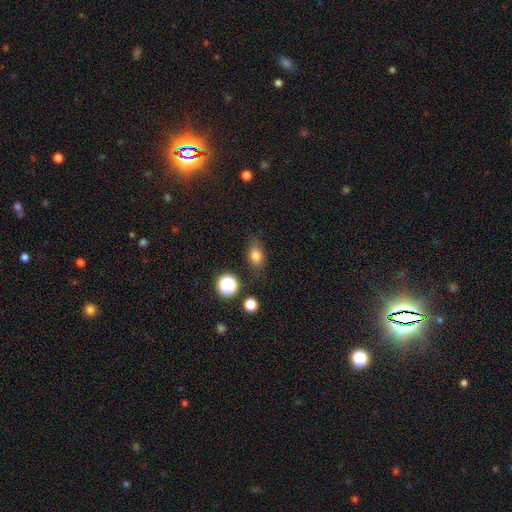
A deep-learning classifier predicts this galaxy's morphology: Smooth or featured: smooth — 78% (star or artifact — 14%)
How rounded: in between — 73% (round — 24%)
Merging: none — 77% (minor disturbance — 16%)